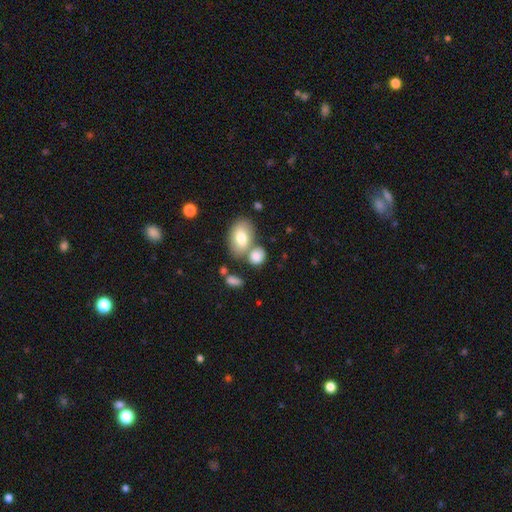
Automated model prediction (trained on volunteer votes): The model was most divided on "merging": none: 53%, merger: 29%, minor disturbance: 14%, major disturbance: 5%. More confident: smooth or featured — smooth (79%); how rounded — in between (63%).